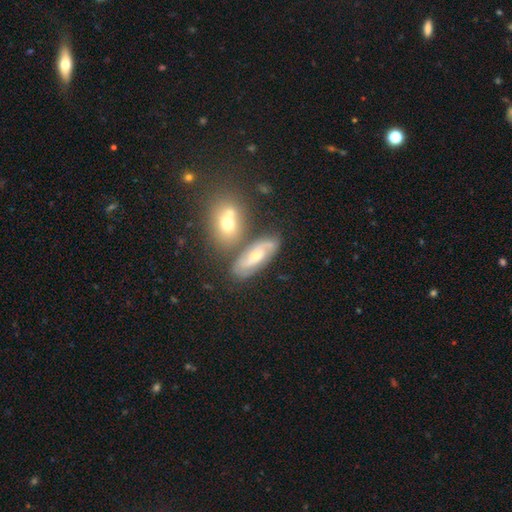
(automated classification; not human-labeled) Overall: featured or disk (65%; smooth 26%). Edge-on disk: no (88%). Bar: no (42%, tied with weak). Spiral arms: yes (87%). Spiral arm count: 2 (80%). Spiral winding: medium (48%; tight 31%). Bulge size: moderate (53%; small 39%). Merging: none (67%).